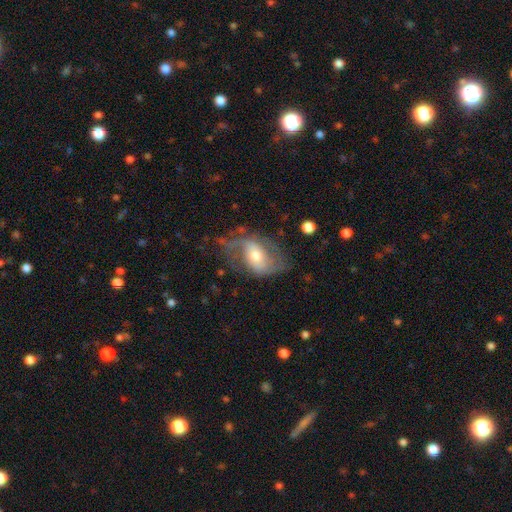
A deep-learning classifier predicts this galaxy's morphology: This is likely a featured or disk galaxy (68%). It is clearly not viewed edge-on (95%). Bar: marginally no (40%). Spiral arm pattern: clearly yes (82%). Spiral arm count: likely 2 (78%). Spiral winding: possibly loose (53%). Central bulge: likely moderate (64%). Merging: possibly none (49%).